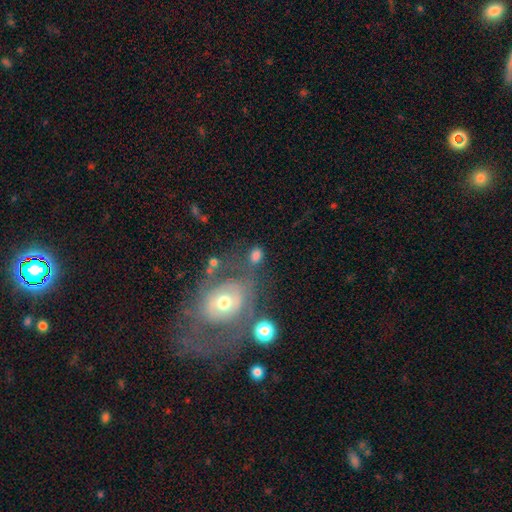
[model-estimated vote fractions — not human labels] Q: Smooth or featured?
A: smooth (71%); runner-up: featured or disk (17%)
Q: How rounded?
A: in between (63%); runner-up: round (35%)
Q: Merging?
A: none (57%); runner-up: minor disturbance (17%)